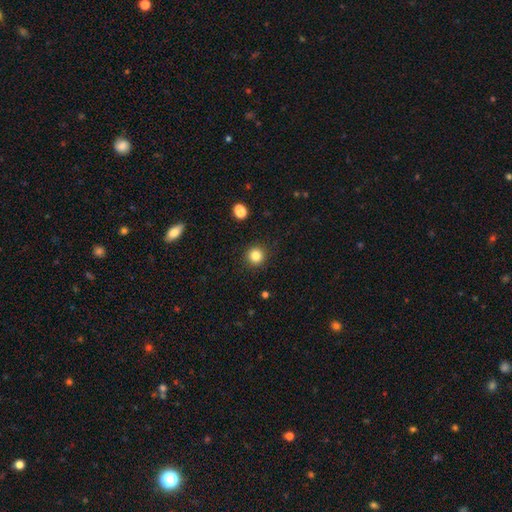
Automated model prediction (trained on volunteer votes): A smooth galaxy with no disk features (84%) that is round (94%).

Vote fractions:
- Smooth or featured? smooth: 84% / star or artifact: 12% / featured or disk: 5%
- How rounded? round: 94% / in between: 5% / cigar-shaped: 1%
- Merging? none: 91% / minor disturbance: 6% / major disturbance: 2% / merger: 1%